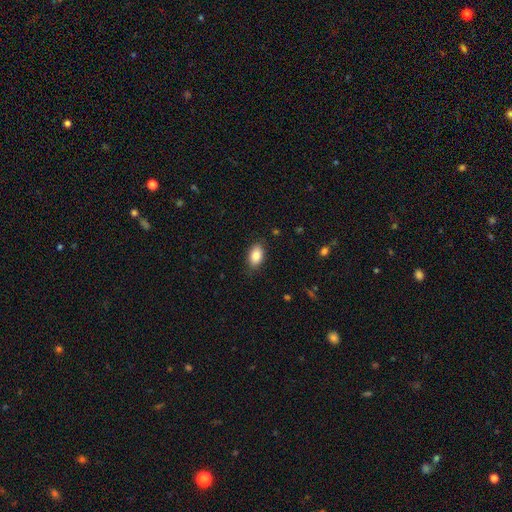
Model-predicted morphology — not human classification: Smooth or featured? smooth (85%)
How rounded? in between (90%)
Merging? none (85%)